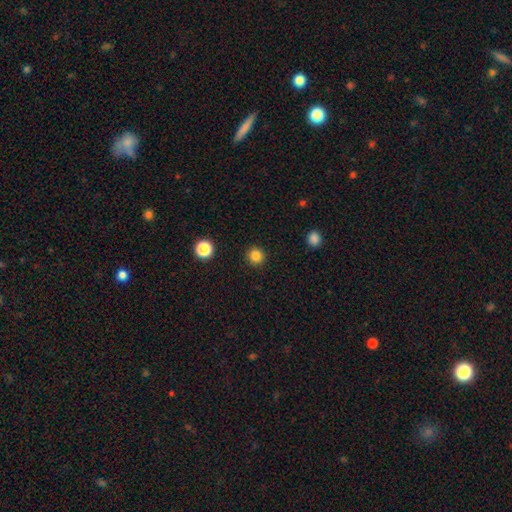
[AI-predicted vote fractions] Smooth or featured?
  - smooth: 84% *
  - star or artifact: 12%
  - featured or disk: 4%
How rounded?
  - round: 94% *
  - in between: 5%
  - cigar-shaped: 1%
Merging?
  - none: 92% *
  - minor disturbance: 5%
  - major disturbance: 2%
  - merger: 1%